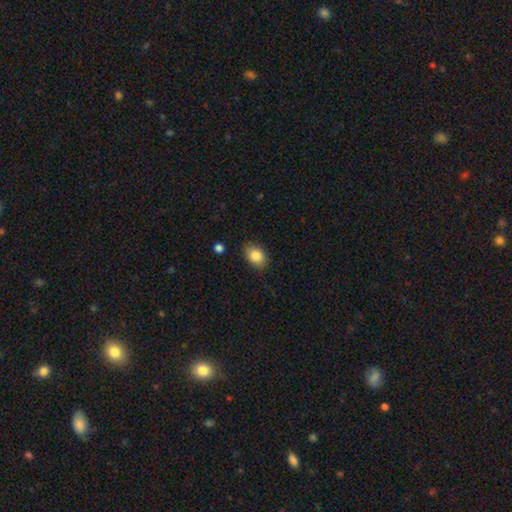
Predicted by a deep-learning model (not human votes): Morphology: type=smooth (85%); roundness=in between (76%); merging=none (82%).